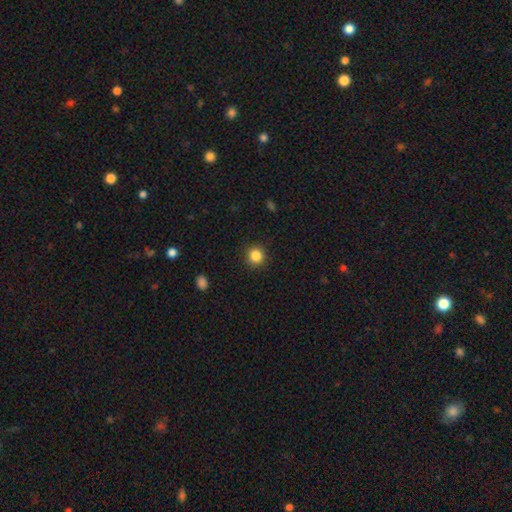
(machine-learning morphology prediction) Smooth or featured? smooth (85%)
How rounded? round (93%)
Merging? none (90%)